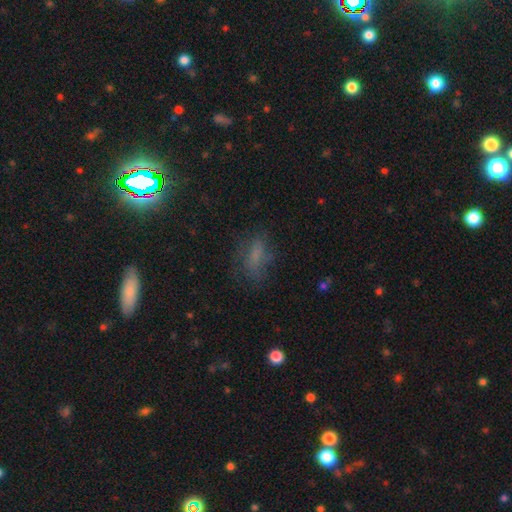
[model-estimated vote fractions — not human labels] A smooth galaxy with no disk features (57%) that is in between round and cigar-shaped (76%).

Vote fractions:
- Smooth or featured? smooth: 57% / star or artifact: 23% / featured or disk: 21%
- How rounded? in between: 76% / cigar-shaped: 14% / round: 10%
- Merging? none: 61% / minor disturbance: 21% / major disturbance: 15% / merger: 2%